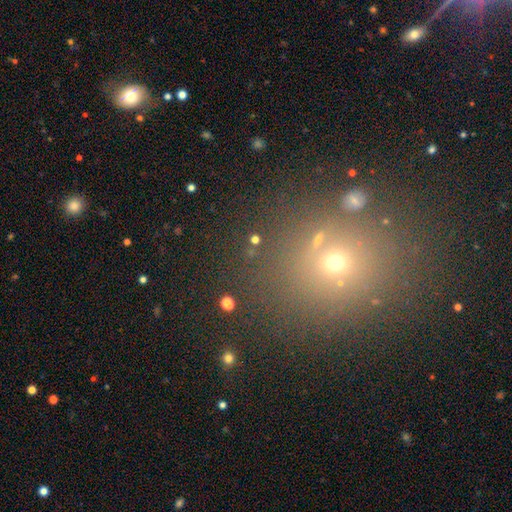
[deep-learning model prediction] This appears to be a star or artifact, not a galaxy (45%).